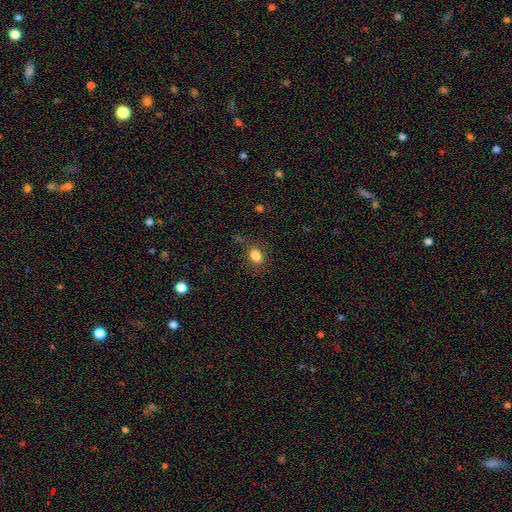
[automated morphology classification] smooth-or-featured: smooth: 83% | star or artifact: 10% | featured or disk: 6%
  how-rounded: in between: 66% | round: 33% | cigar-shaped: 1%
  merging: none: 78% | minor disturbance: 14% | major disturbance: 6% | merger: 2%